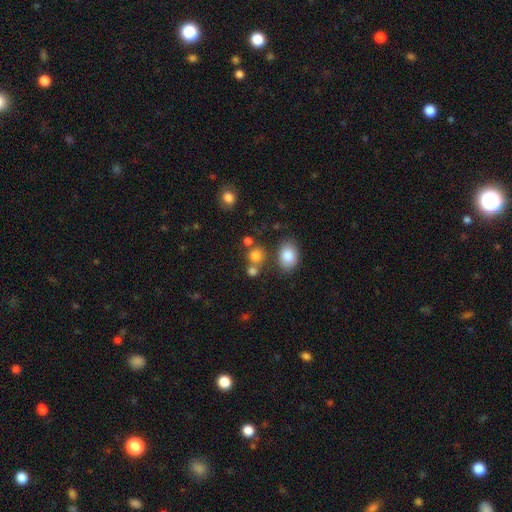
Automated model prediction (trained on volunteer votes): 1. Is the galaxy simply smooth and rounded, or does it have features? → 80% smooth, 13% star or artifact, 7% featured or disk.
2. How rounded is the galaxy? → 80% round, 19% in between, 1% cigar-shaped.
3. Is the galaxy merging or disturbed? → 61% none, 25% merger, 10% minor disturbance, 4% major disturbance.